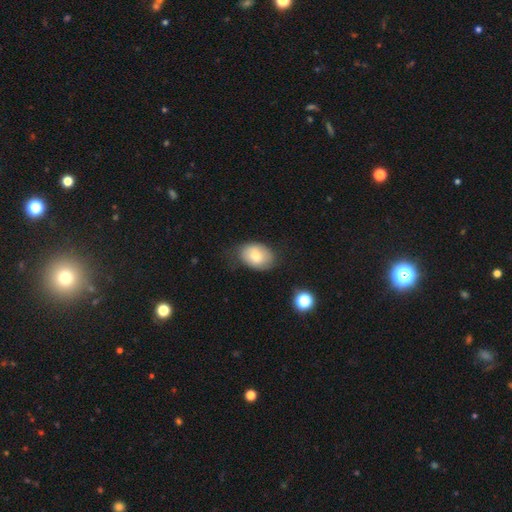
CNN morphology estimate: Q: Smooth or featured?
A: smooth (73%); runner-up: featured or disk (19%)
Q: How rounded?
A: in between (77%); runner-up: round (22%)
Q: Merging?
A: none (68%); runner-up: minor disturbance (23%)